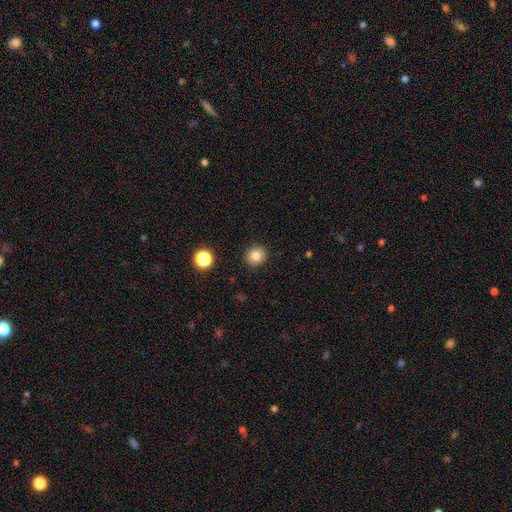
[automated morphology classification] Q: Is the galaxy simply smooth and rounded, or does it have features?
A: smooth — 82%.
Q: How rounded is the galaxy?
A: round — 86%.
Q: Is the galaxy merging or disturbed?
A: none — 91%.